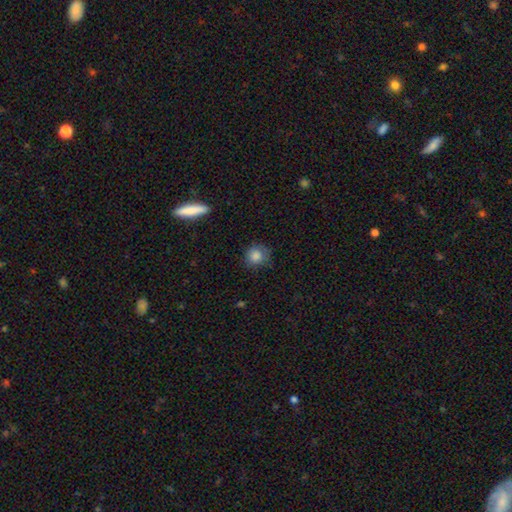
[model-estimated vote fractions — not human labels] The model was most divided on "merging": none: 78%, minor disturbance: 17%, major disturbance: 4%, merger: 1%. More confident: how rounded — round (86%); smooth or featured — smooth (85%).